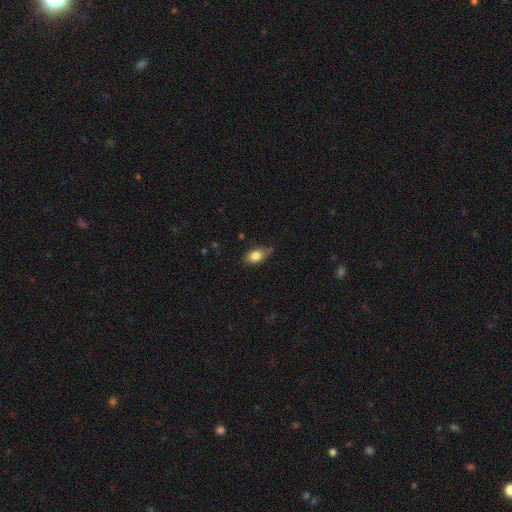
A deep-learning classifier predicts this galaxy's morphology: Overall: smooth (80%). How rounded: in between (85%). Merging: none (65%; minor disturbance 28%).